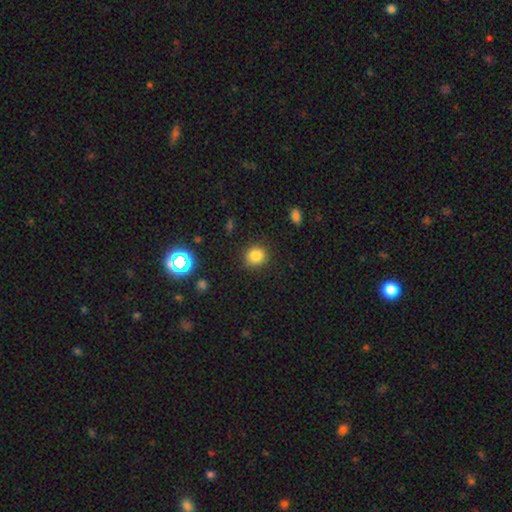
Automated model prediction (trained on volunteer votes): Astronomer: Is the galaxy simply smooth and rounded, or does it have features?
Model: smooth — 82%.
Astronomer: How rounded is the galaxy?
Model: round — 86%.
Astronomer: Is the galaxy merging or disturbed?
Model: none — 89%.